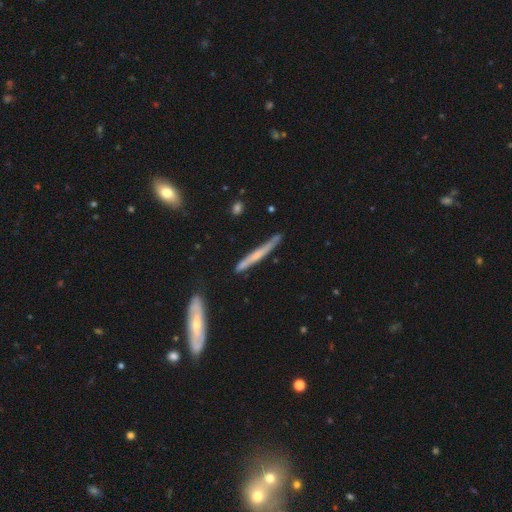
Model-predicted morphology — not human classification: This is possibly a featured or disk galaxy (56%). It is clearly viewed edge-on (93%). Edge-on bulge: possibly none (54%). Merging: likely none (76%).